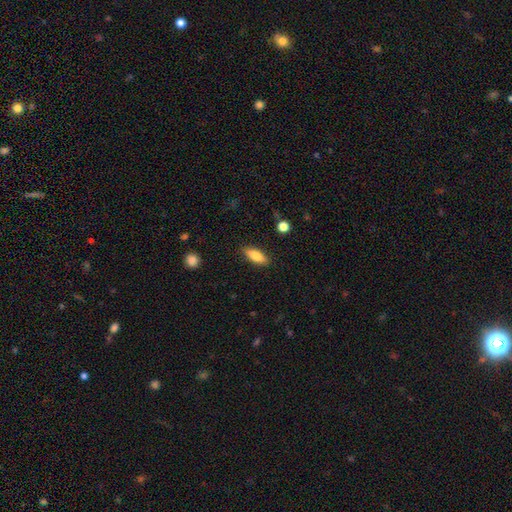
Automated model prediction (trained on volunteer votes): A smooth galaxy with no disk features (78%) that is in between round and cigar-shaped (66%). Merging: none (87%).